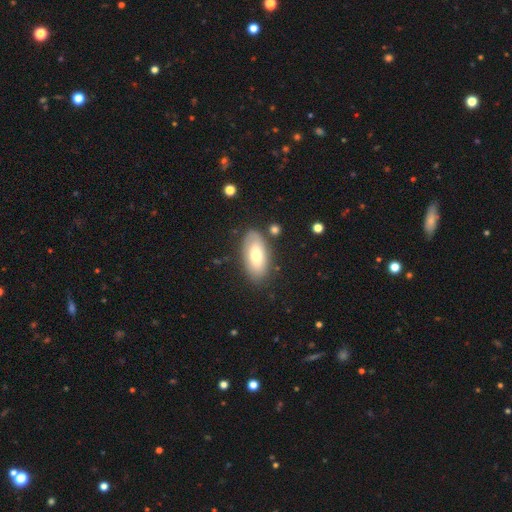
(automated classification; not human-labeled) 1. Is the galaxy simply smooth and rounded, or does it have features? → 64% smooth, 29% featured or disk, 6% star or artifact.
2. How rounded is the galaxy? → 90% in between, 7% cigar-shaped, 3% round.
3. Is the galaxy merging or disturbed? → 79% none, 14% minor disturbance, 4% major disturbance, 4% merger.